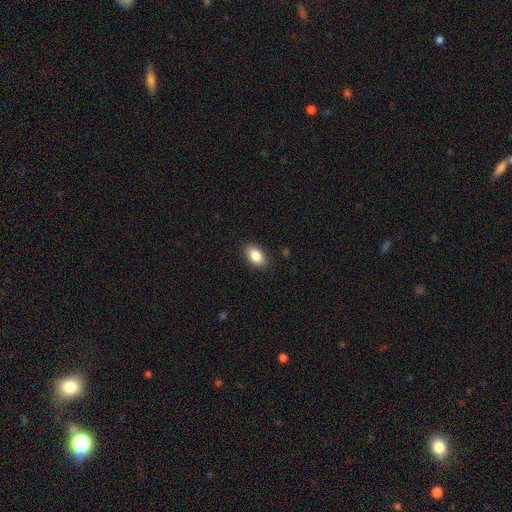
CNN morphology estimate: A smooth galaxy with no disk features (87%) that is in between round and cigar-shaped (91%).

Vote fractions:
- Smooth or featured? smooth: 87% / star or artifact: 7% / featured or disk: 6%
- How rounded? in between: 91% / round: 8% / cigar-shaped: 2%
- Merging? none: 88% / minor disturbance: 9% / major disturbance: 2% / merger: 1%